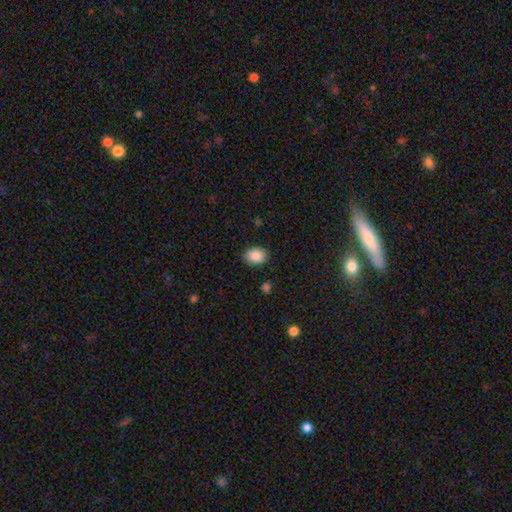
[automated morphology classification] Overall: smooth (87%). How rounded: in between (68%; round 31%). Merging: none (88%).